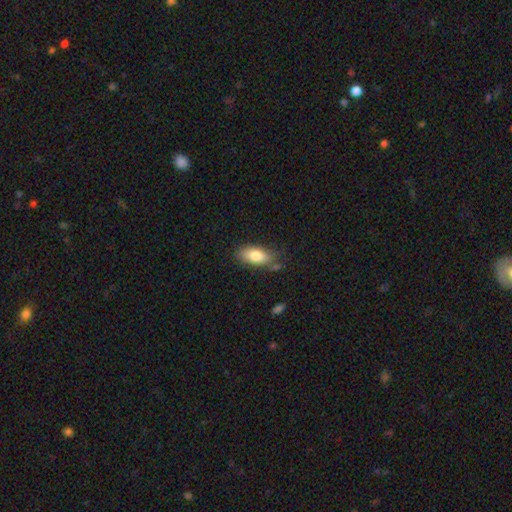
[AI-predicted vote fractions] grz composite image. It shows a smooth galaxy with no disk features (81%) that is in between round and cigar-shaped (85%). Merging: none (67%).